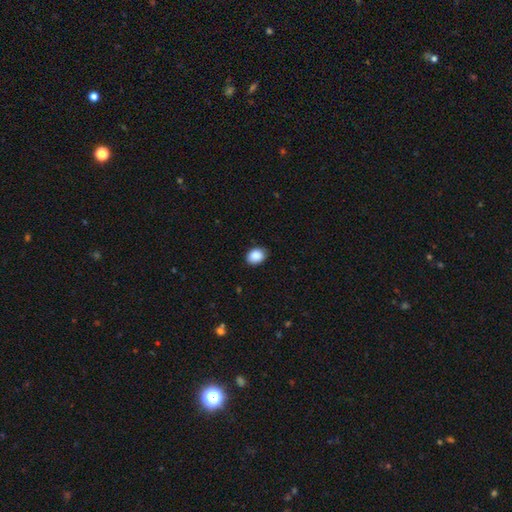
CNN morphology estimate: Q: Smooth or featured?
A: smooth (90%); runner-up: star or artifact (7%)
Q: How rounded?
A: in between (66%); runner-up: round (33%)
Q: Merging?
A: none (86%); runner-up: minor disturbance (11%)